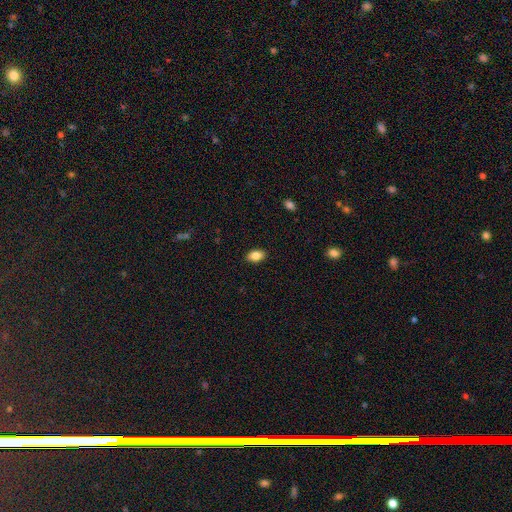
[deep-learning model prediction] The model was most divided on "smooth or featured": smooth: 84%, star or artifact: 8%, featured or disk: 8%. More confident: how rounded — in between (89%); merging — none (89%).